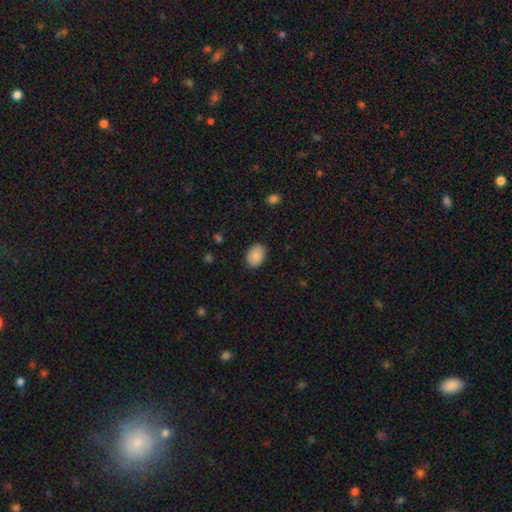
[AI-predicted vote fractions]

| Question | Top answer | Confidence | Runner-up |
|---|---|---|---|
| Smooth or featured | smooth | 89% | star or artifact (7%) |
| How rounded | in between | 82% | round (17%) |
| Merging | none | 86% | minor disturbance (11%) |